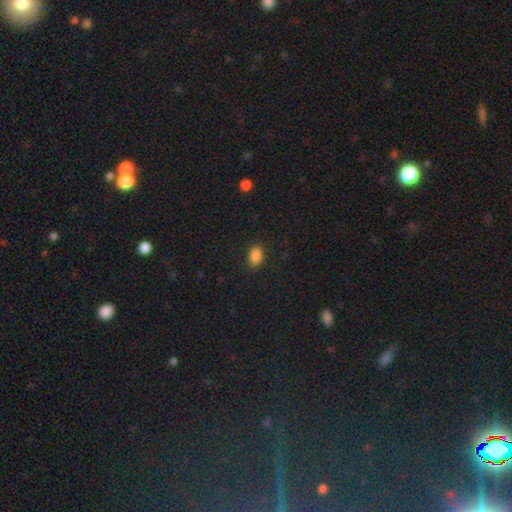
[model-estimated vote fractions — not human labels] Smooth or featured? Predicted: smooth (p=0.87). How rounded? Predicted: in between (p=0.84). Merging? Predicted: none (p=0.87).